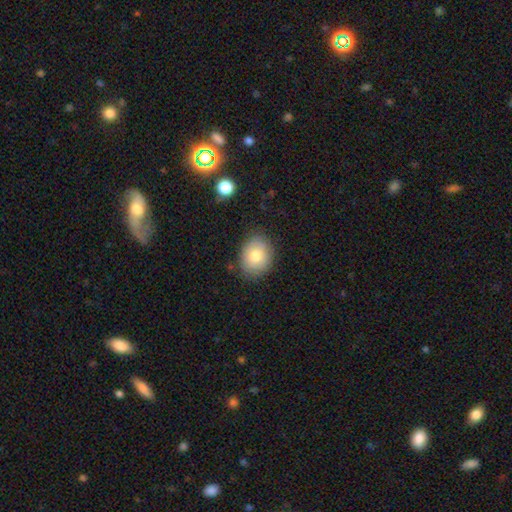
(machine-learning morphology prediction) smooth_or_featured: smooth (p=0.79) [alt: featured or disk p=0.13]
how_rounded: in between (p=0.50) [alt: round p=0.49]
merging: none (p=0.83) [alt: minor disturbance p=0.13]